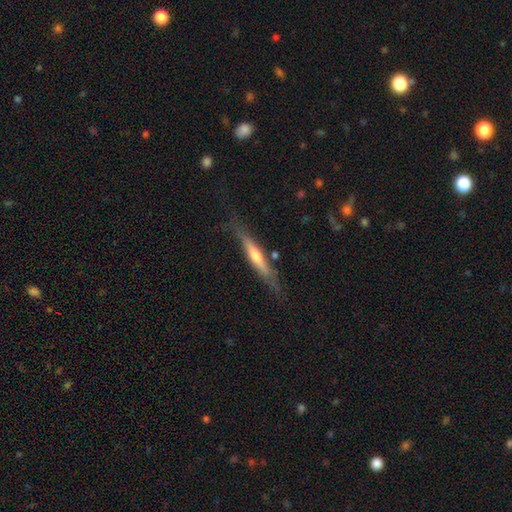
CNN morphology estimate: smooth_or_featured: featured or disk (p=0.60) [alt: smooth p=0.34]
disk_edge_on: yes (p=0.92) [alt: no p=0.08]
edge_on_bulge: rounded (p=0.70) [alt: none p=0.22]
merging: none (p=0.74) [alt: minor disturbance p=0.18]